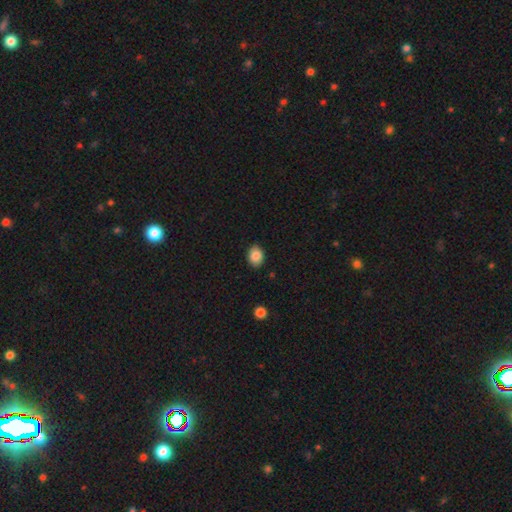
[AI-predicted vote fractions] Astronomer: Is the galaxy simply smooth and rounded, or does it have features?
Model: smooth — 87%.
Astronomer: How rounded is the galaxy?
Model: in between — 60% (runner-up: round, 39%).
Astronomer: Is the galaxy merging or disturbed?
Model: none — 87%.